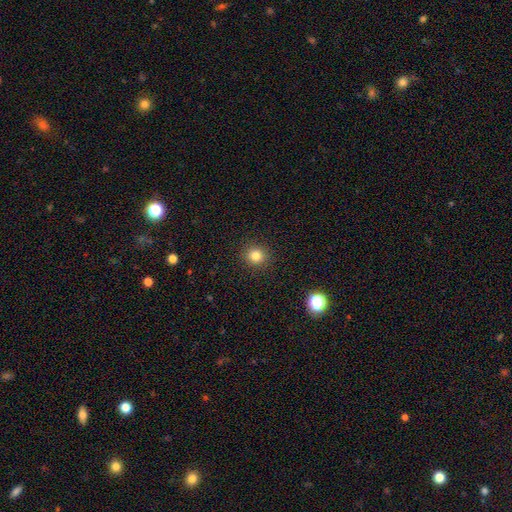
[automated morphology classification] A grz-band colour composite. It shows a smooth galaxy with no disk features (82%) that is round (90%). Merging: none (91%).